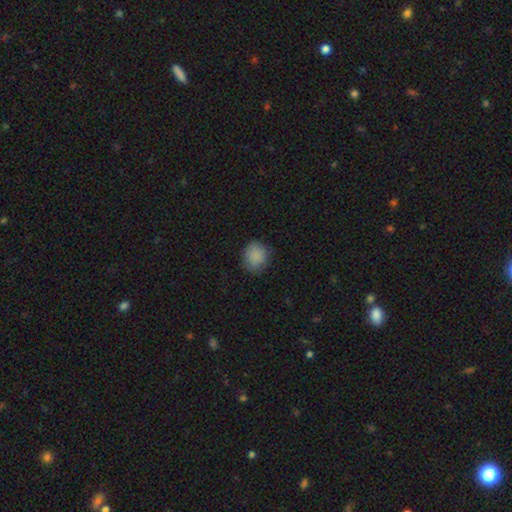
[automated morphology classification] smooth-or-featured: smooth: 87% | star or artifact: 8% | featured or disk: 4%
  how-rounded: round: 81% | in between: 18% | cigar-shaped: 1%
  merging: none: 81% | minor disturbance: 15% | major disturbance: 4% | merger: 1%